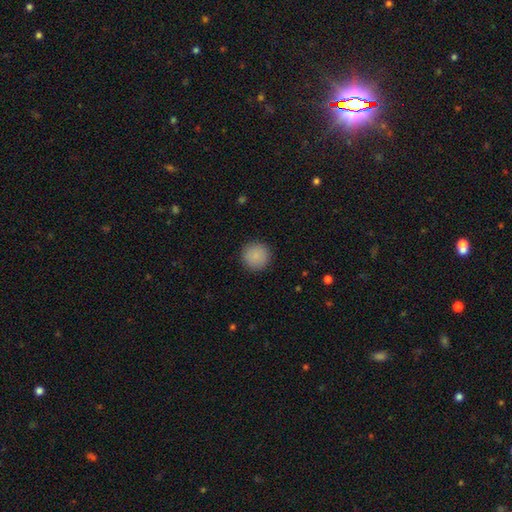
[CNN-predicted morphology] Smooth or featured? Predicted: smooth (p=0.88). How rounded? Predicted: round (p=0.96). Merging? Predicted: none (p=0.92).